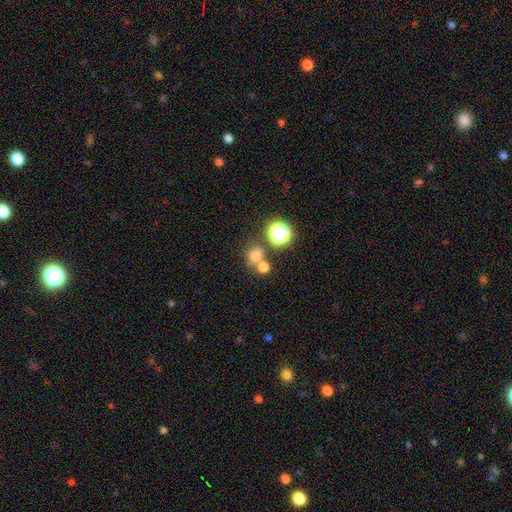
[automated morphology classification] A smooth galaxy with no disk features (70%) that is round (71%).

Vote fractions:
- Smooth or featured? smooth: 70% / star or artifact: 21% / featured or disk: 9%
- How rounded? round: 71% / in between: 28% / cigar-shaped: 1%
- Merging? none: 55% / merger: 30% / minor disturbance: 10% / major disturbance: 5%